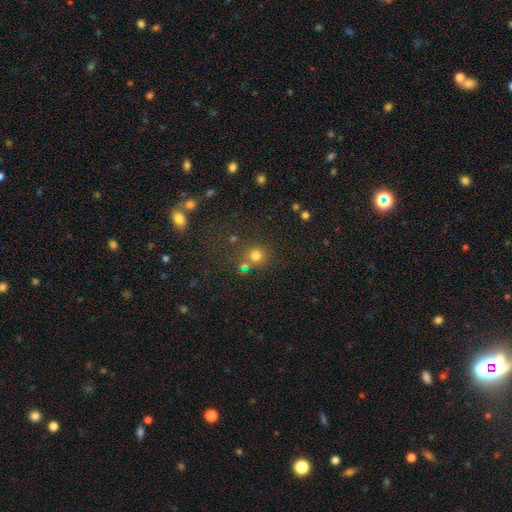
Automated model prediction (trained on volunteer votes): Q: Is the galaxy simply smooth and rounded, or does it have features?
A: smooth — 74%.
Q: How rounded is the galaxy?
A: round — 90%.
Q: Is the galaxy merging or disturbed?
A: none — 69%.